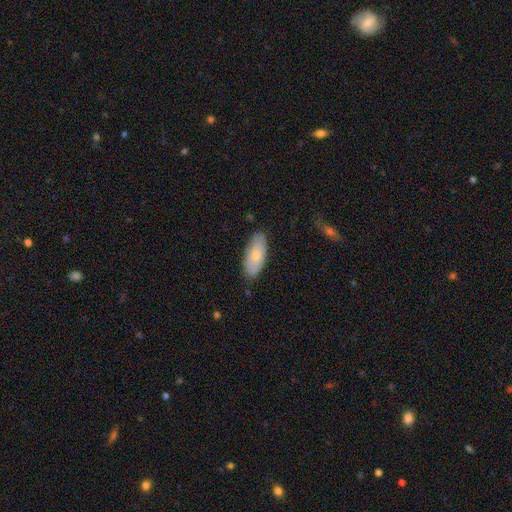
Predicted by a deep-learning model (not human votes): Smooth or featured: smooth — 71% (featured or disk — 23%)
How rounded: in between — 86% (cigar-shaped — 12%)
Merging: none — 82% (minor disturbance — 15%)